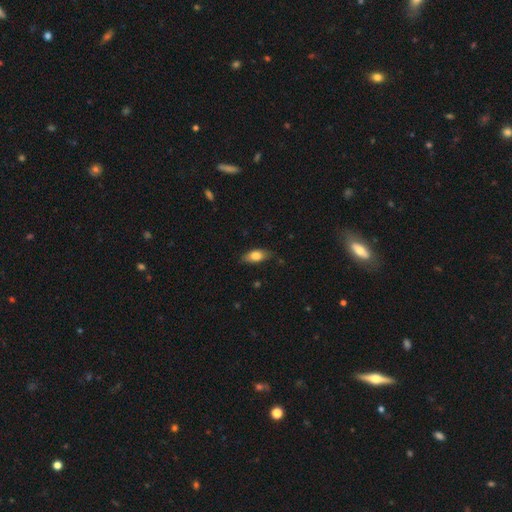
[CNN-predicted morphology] This is likely a smooth galaxy (76%). How rounded: clearly in between (84%). Merging: likely none (79%).